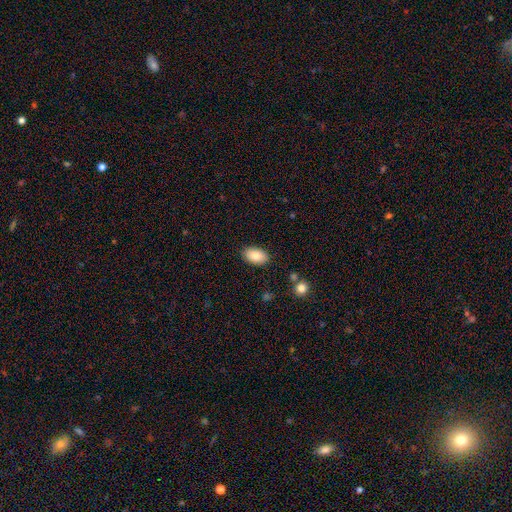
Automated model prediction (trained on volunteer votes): A smooth galaxy with no disk features (85%) that is in between round and cigar-shaped (93%). Merging: none (87%).